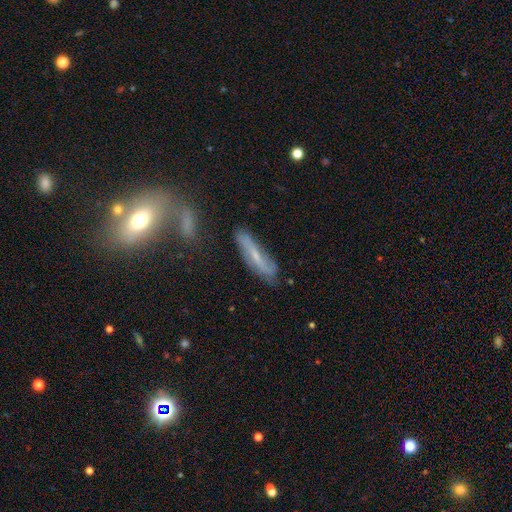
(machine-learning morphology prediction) type=featured or disk (56%); edge-on=no (57%); merging=none (65%).